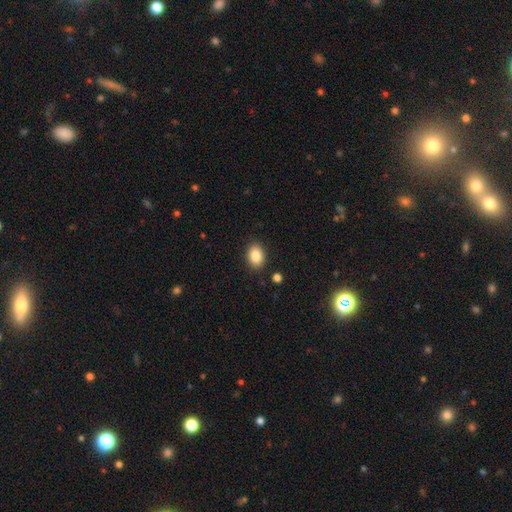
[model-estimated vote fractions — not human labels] smooth_or_featured: smooth (p=0.87) [alt: star or artifact p=0.08]
how_rounded: in between (p=0.74) [alt: round p=0.25]
merging: none (p=0.88) [alt: minor disturbance p=0.08]